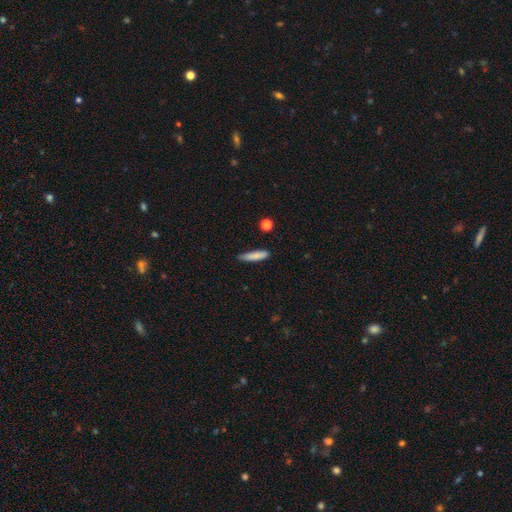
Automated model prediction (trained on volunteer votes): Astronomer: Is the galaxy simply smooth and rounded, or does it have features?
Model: smooth — 83%.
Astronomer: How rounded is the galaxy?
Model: cigar-shaped — 82%.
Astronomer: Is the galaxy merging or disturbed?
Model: none — 79%.